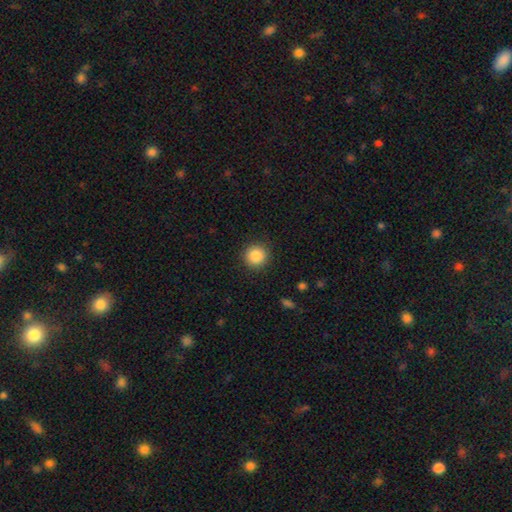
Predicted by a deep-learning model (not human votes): Smooth or featured: smooth — 86% (star or artifact — 9%)
How rounded: round — 94% (in between — 6%)
Merging: none — 90% (minor disturbance — 6%)